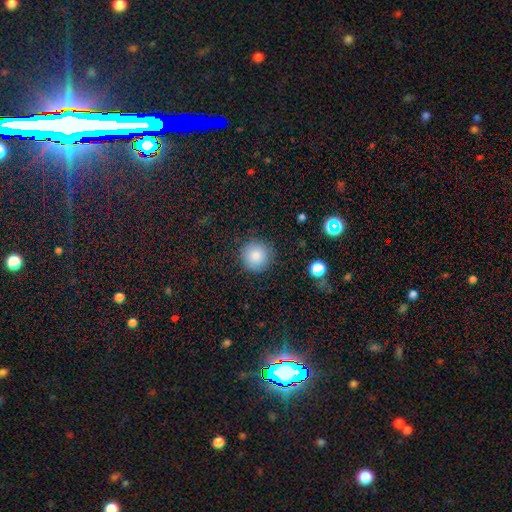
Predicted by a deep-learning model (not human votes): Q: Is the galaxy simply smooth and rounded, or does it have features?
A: smooth — 84%.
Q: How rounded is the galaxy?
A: round — 95%.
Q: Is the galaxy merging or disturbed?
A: none — 87%.